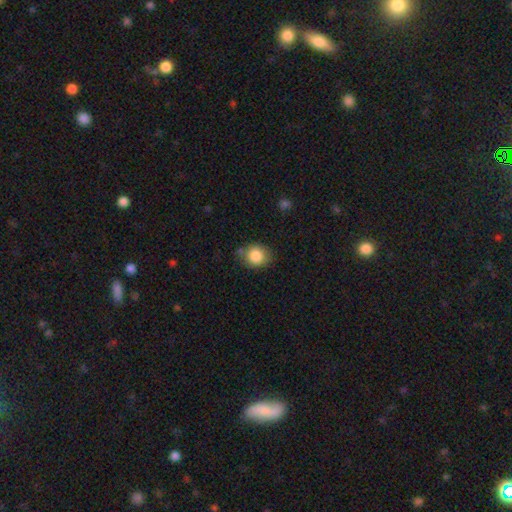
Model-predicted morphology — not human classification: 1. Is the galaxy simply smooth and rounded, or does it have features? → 86% smooth, 9% star or artifact, 5% featured or disk.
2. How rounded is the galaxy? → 75% round, 24% in between, 1% cigar-shaped.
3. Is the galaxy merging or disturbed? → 72% none, 18% minor disturbance, 6% merger, 4% major disturbance.